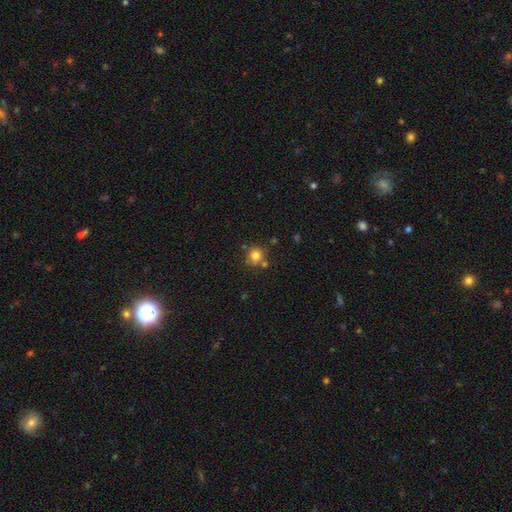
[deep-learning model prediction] Q: Smooth or featured?
A: smooth (79%); runner-up: star or artifact (13%)
Q: How rounded?
A: round (89%); runner-up: in between (10%)
Q: Merging?
A: none (71%); runner-up: merger (13%)